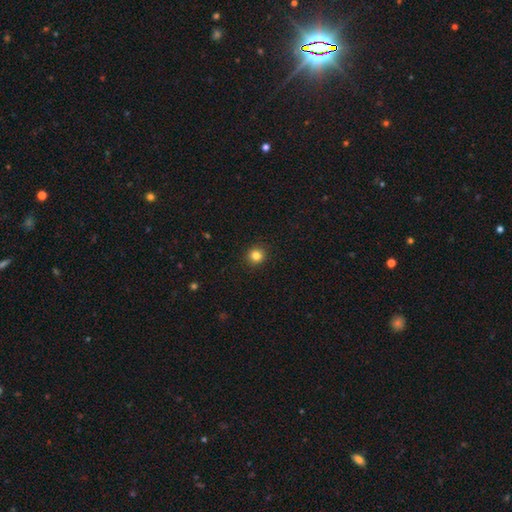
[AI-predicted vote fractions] Smooth or featured?
  - smooth: 83% *
  - star or artifact: 12%
  - featured or disk: 5%
How rounded?
  - round: 91% *
  - in between: 8%
  - cigar-shaped: 1%
Merging?
  - none: 92% *
  - minor disturbance: 5%
  - major disturbance: 2%
  - merger: 1%